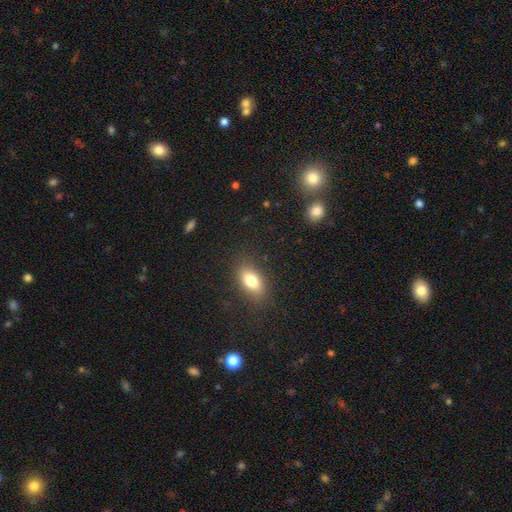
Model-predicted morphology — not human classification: smooth-or-featured: smooth: 65% | star or artifact: 25% | featured or disk: 10%
  how-rounded: in between: 71% | round: 25% | cigar-shaped: 4%
  merging: none: 85% | minor disturbance: 8% | merger: 4% | major disturbance: 3%